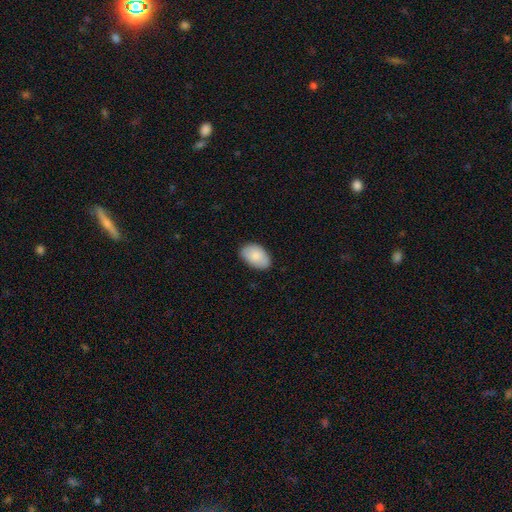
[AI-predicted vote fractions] Morphology: type=smooth (85%); roundness=in between (92%); merging=none (83%).